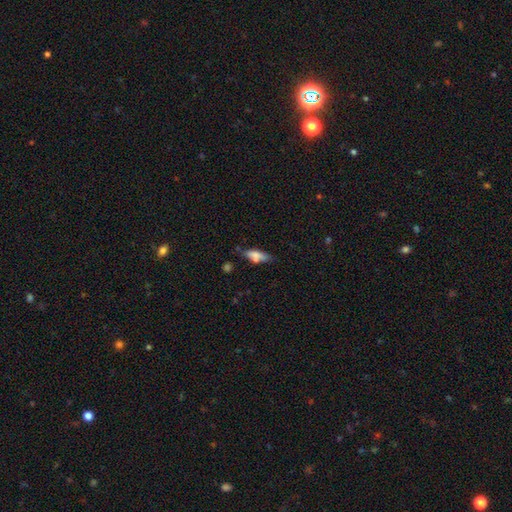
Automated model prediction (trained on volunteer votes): Smooth or featured?
  - smooth: 73% *
  - featured or disk: 20%
  - star or artifact: 8%
How rounded?
  - in between: 49% *
  - cigar-shaped: 48%
  - round: 2%
Merging?
  - none: 61% *
  - minor disturbance: 23%
  - merger: 10%
  - major disturbance: 6%